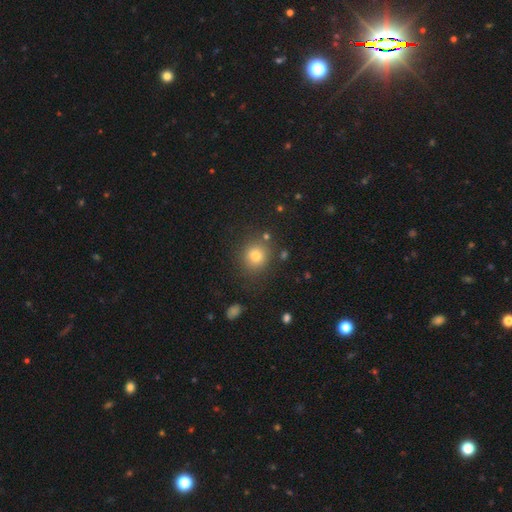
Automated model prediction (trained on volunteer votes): Smooth or featured? Predicted: smooth (p=0.78). How rounded? Predicted: round (p=0.82). Merging? Predicted: none (p=0.81).